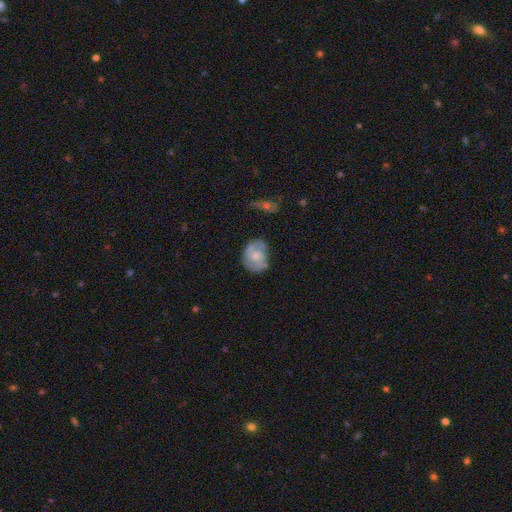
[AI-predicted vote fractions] smooth-or-featured: featured or disk: 61% | smooth: 33% | star or artifact: 7%
  disk-edge-on: no: 97% | yes: 3%
    bar: no: 66% | weak: 30% | strong: 4%
    has-spiral-arms: yes: 83% | no: 17%
    bulge-size: moderate: 40% | small: 35% | none: 18% | large: 6% | dominant: 1%
  merging: none: 65% | minor disturbance: 23% | major disturbance: 9% | merger: 3%